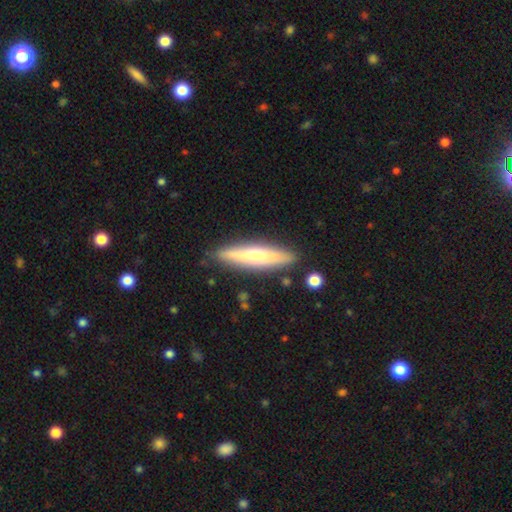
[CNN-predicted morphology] Q: Smooth or featured?
A: smooth (49%); runner-up: featured or disk (45%)
Q: Merging?
A: none (86%); runner-up: minor disturbance (10%)